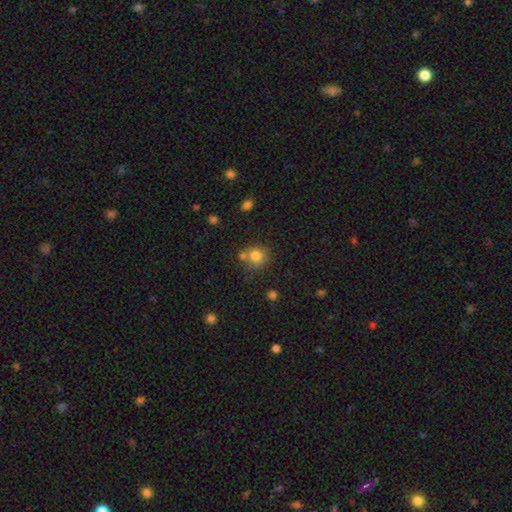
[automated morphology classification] This appears to be a smooth galaxy with no disk features (79%) that is round (86%). Merging: none (62%).